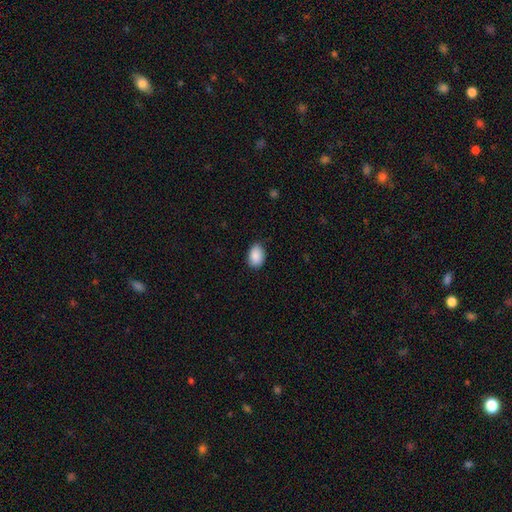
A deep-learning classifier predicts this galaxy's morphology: smooth_or_featured: smooth (p=0.90) [alt: star or artifact p=0.07]
how_rounded: in between (p=0.84) [alt: round p=0.15]
merging: none (p=0.83) [alt: minor disturbance p=0.14]